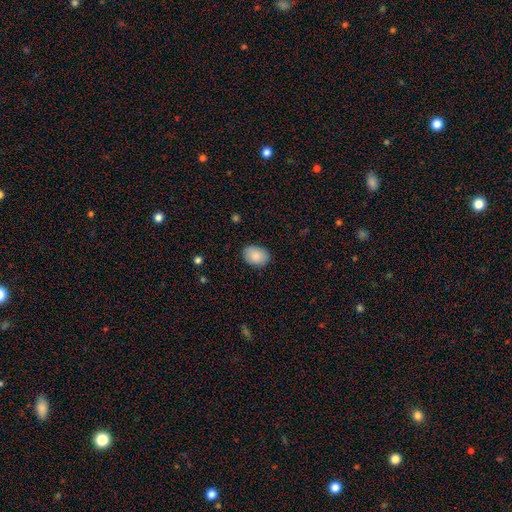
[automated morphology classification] Smooth or featured?
  - smooth: 88% *
  - star or artifact: 7%
  - featured or disk: 6%
How rounded?
  - in between: 77% *
  - round: 22%
  - cigar-shaped: 1%
Merging?
  - none: 86% *
  - minor disturbance: 10%
  - major disturbance: 2%
  - merger: 1%